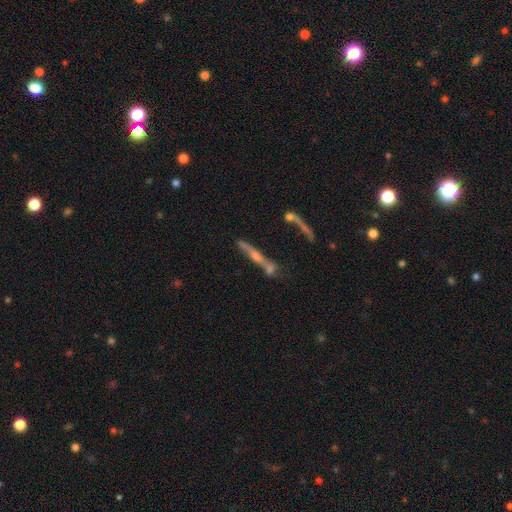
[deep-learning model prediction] Smooth or featured?
  - featured or disk: 55% *
  - smooth: 26%
  - star or artifact: 20%
Edge-on disk?
  - yes: 75% *
  - no: 25%
Merging?
  - none: 55% *
  - merger: 22%
  - minor disturbance: 13%
  - major disturbance: 9%